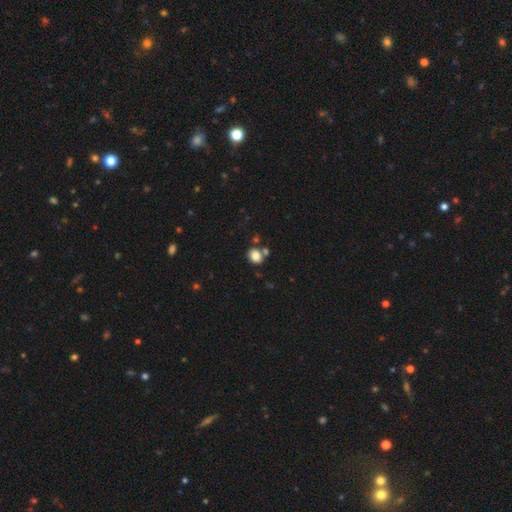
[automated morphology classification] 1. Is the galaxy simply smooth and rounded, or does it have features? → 83% smooth, 10% star or artifact, 6% featured or disk.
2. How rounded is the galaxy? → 57% round, 42% in between, 1% cigar-shaped.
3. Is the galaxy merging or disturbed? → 65% none, 19% merger, 12% minor disturbance, 4% major disturbance.